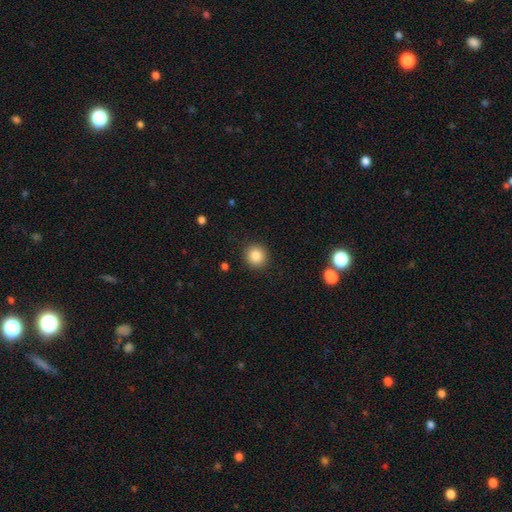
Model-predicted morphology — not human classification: Q: Smooth or featured?
A: smooth (85%); runner-up: star or artifact (10%)
Q: How rounded?
A: round (92%); runner-up: in between (7%)
Q: Merging?
A: none (91%); runner-up: minor disturbance (6%)